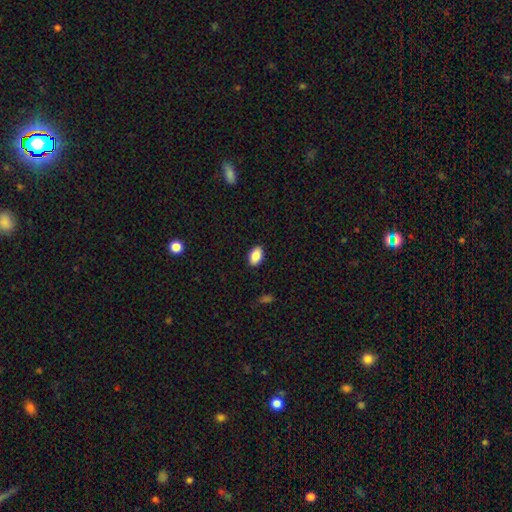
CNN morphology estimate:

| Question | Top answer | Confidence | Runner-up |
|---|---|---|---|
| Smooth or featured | smooth | 88% | star or artifact (8%) |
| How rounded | in between | 89% | round (9%) |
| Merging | none | 89% | minor disturbance (8%) |